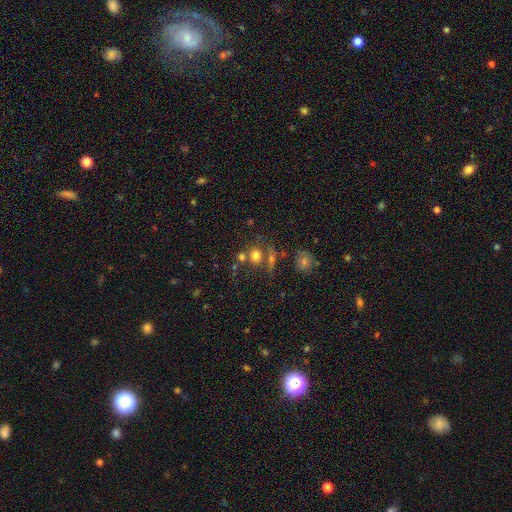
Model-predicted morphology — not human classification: smooth-or-featured: smooth: 71% | star or artifact: 16% | featured or disk: 13%
  how-rounded: round: 78% | in between: 20% | cigar-shaped: 2%
  merging: none: 55% | merger: 29% | minor disturbance: 10% | major disturbance: 6%